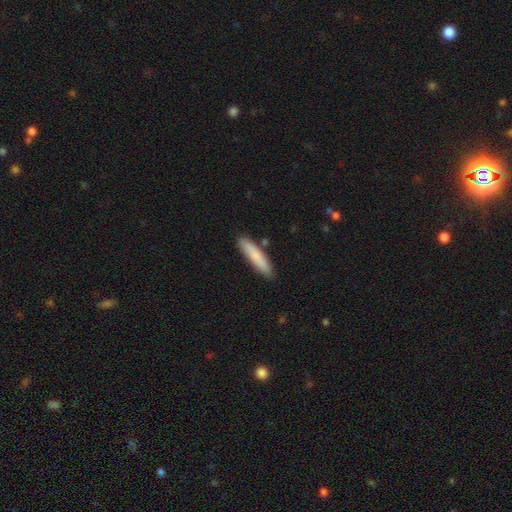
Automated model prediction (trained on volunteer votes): This is clearly a smooth galaxy (81%). How rounded: clearly cigar-shaped (85%). Merging: clearly none (85%).